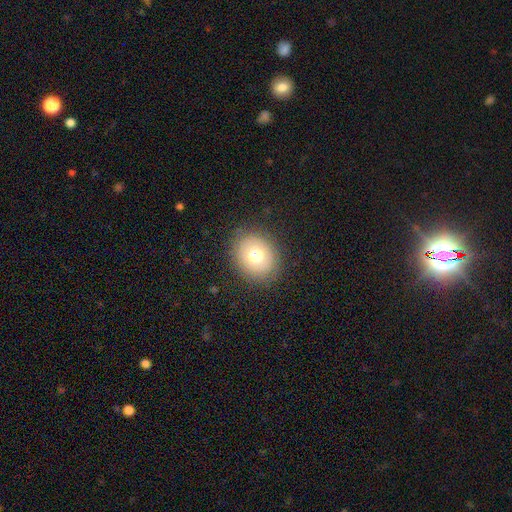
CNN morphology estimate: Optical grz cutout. It shows a smooth galaxy with no disk features (71%) that is round (58%). Merging: none (85%).